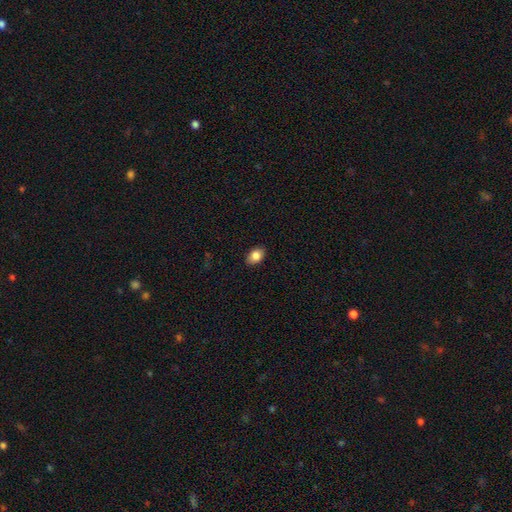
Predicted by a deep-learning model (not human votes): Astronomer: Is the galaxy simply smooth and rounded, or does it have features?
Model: smooth — 85%.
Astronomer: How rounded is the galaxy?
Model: in between — 85%.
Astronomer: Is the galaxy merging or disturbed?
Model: none — 88%.